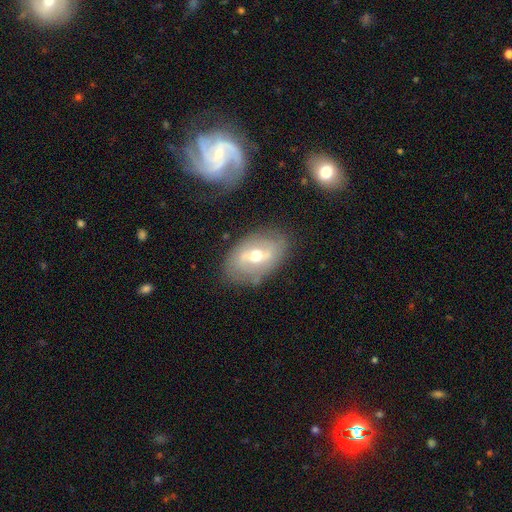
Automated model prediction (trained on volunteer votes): featured or disk 61%, smooth 32%, star or artifact 8%. Down the decision tree: edge-on disk — no (90%); bar — weak (42%); spiral arms — no (56%); bulge size — moderate (75%); merging — none (75%).